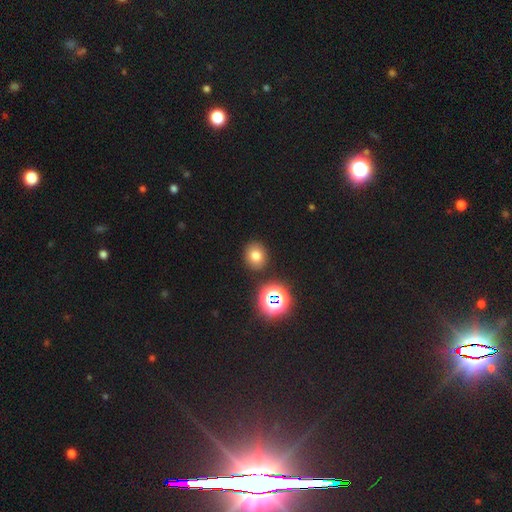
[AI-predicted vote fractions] Smooth or featured? smooth (73%)
How rounded? round (67%)
Merging? none (86%)